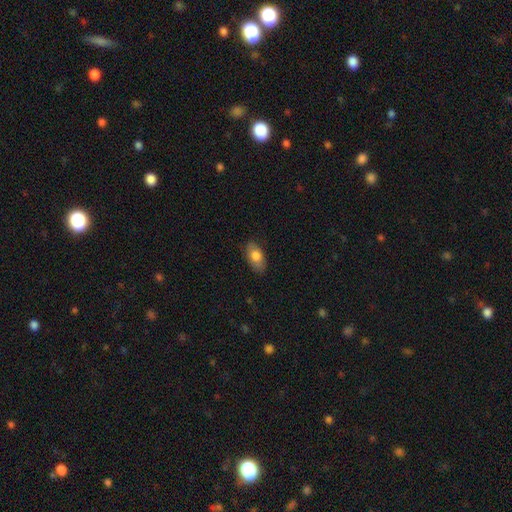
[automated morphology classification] A smooth galaxy with no disk features (79%) that is in between round and cigar-shaped (92%).

Vote fractions:
- Smooth or featured? smooth: 79% / featured or disk: 14% / star or artifact: 7%
- How rounded? in between: 92% / round: 5% / cigar-shaped: 4%
- Merging? none: 83% / minor disturbance: 13% / major disturbance: 3% / merger: 1%